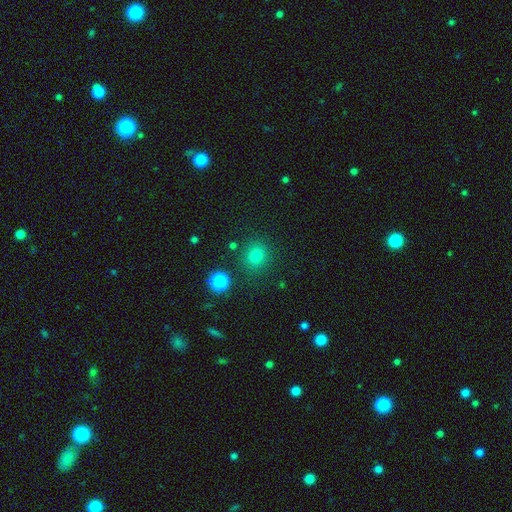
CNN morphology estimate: type=smooth (76%); roundness=round (87%); merging=none (86%).